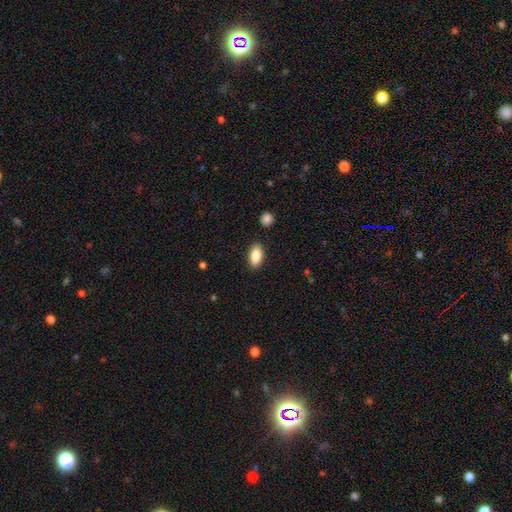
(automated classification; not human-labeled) Q: Smooth or featured?
A: smooth (85%); runner-up: featured or disk (8%)
Q: How rounded?
A: in between (91%); runner-up: cigar-shaped (5%)
Q: Merging?
A: none (88%); runner-up: minor disturbance (8%)